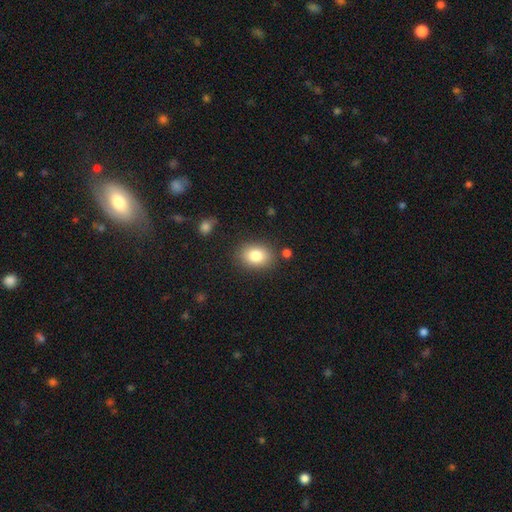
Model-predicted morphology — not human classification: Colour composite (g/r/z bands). It shows a smooth galaxy with no disk features (83%) that is in between round and cigar-shaped (64%). Merging: none (84%).